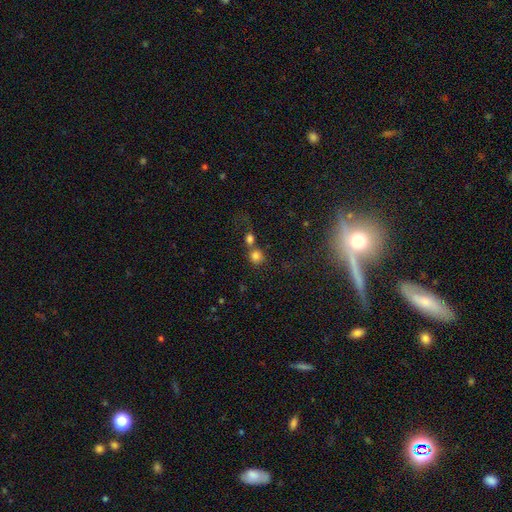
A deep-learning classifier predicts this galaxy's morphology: This appears to be a smooth galaxy with no disk features (79%) that is round (86%). Merging: merger (45%).